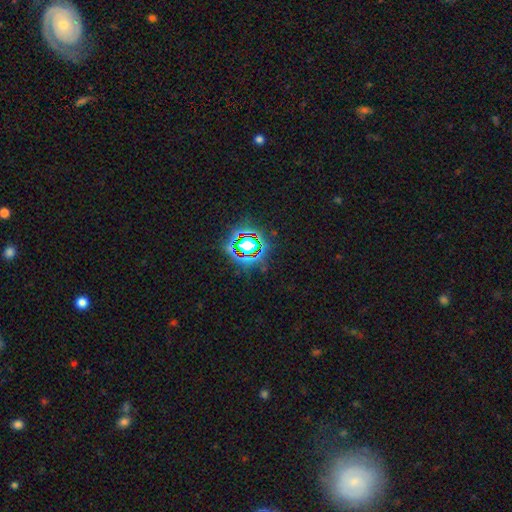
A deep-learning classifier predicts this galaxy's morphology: Smooth or featured: star or artifact — 81% (smooth — 12%)